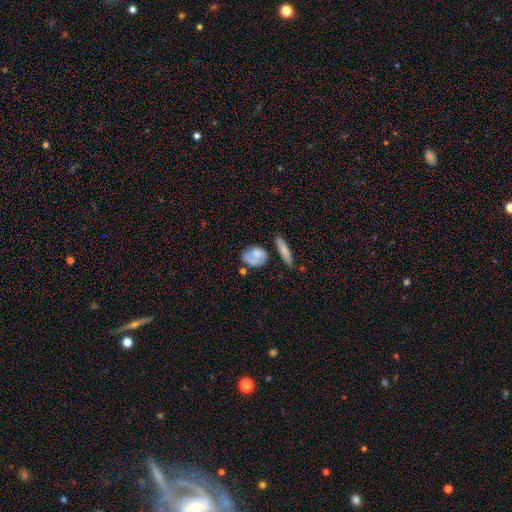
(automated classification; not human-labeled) A smooth galaxy with no disk features (66%) that is in between round and cigar-shaped (61%). Merging: none (48%).